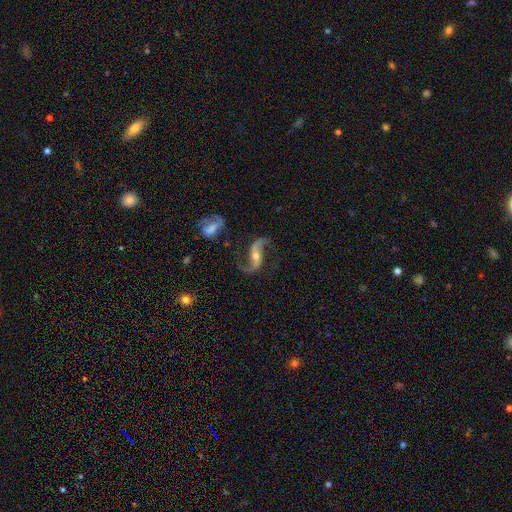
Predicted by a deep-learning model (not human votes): smooth_or_featured: featured or disk (p=0.90) [alt: star or artifact p=0.05]
disk_edge_on: no (p=0.96) [alt: yes p=0.04]
bar: no (p=0.38) [alt: strong p=0.32]
has_spiral_arms: yes (p=0.97) [alt: no p=0.03]
spiral_winding: loose (p=0.83) [alt: medium p=0.14]
spiral_arm_count: 2 (p=0.94) [alt: 1 p=0.02]
bulge_size: moderate (p=0.54) [alt: small p=0.39]
merging: none (p=0.74) [alt: minor disturbance p=0.14]